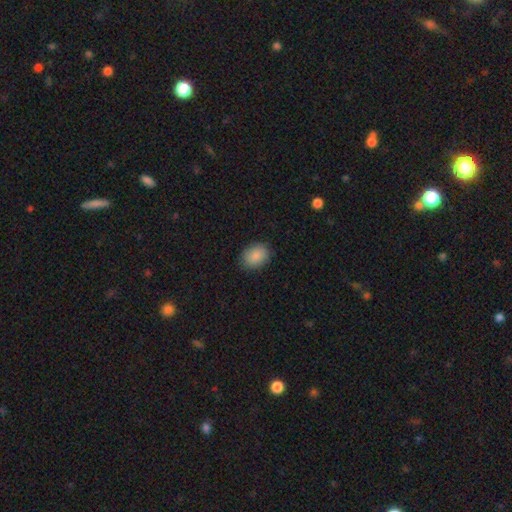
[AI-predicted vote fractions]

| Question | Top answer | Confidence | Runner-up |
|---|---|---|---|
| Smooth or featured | smooth | 88% | star or artifact (7%) |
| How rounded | in between | 69% | round (30%) |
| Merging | none | 86% | minor disturbance (10%) |